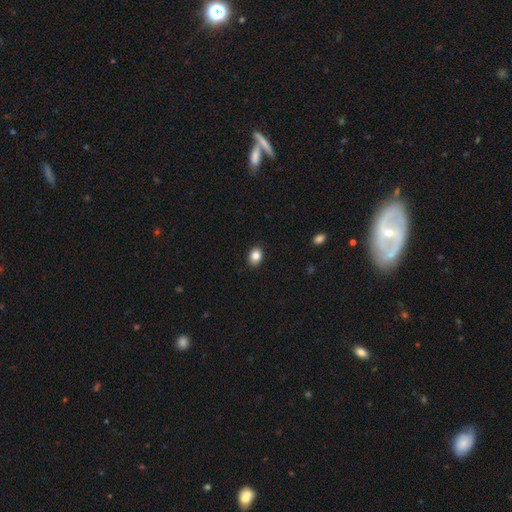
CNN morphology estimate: smooth-or-featured: smooth: 85% | star or artifact: 9% | featured or disk: 6%
  how-rounded: in between: 66% | round: 34% | cigar-shaped: 1%
  merging: none: 89% | minor disturbance: 8% | major disturbance: 2% | merger: 1%